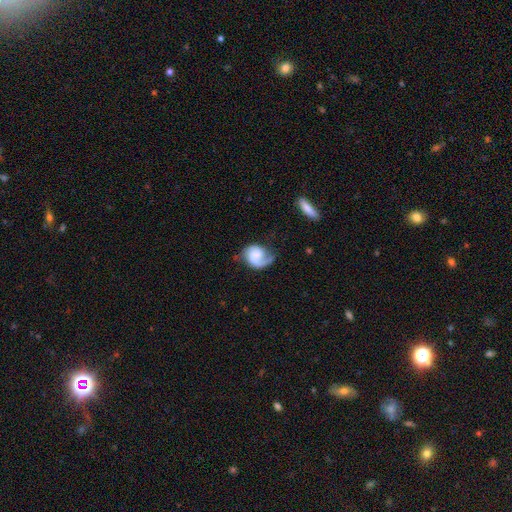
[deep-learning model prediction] Morphology: type=featured or disk (66%); edge-on=no (98%); bar=no (67%); spiral arms=yes (93%); winding=medium (36%, tied with loose); arm count=1 (63%); bulge=none (45%); merging=none (45%).